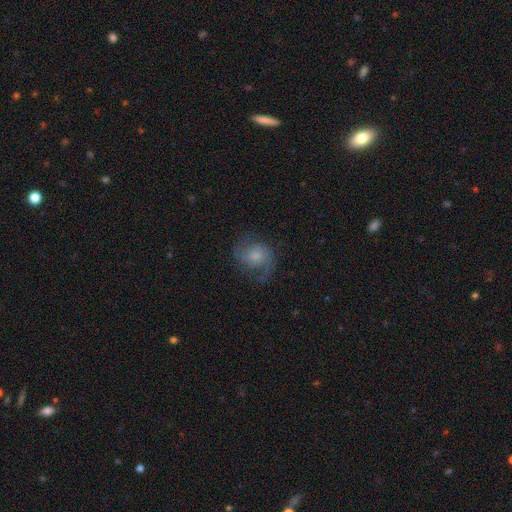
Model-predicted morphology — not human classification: Smooth or featured: featured or disk — 67% (smooth — 24%)
Edge-on disk: no — 98% (yes — 2%)
Bar: no — 70% (weak — 26%)
Spiral arms: yes — 92% (no — 8%)
Spiral winding: medium — 48% (loose — 35%)
Spiral arm count: 2 — 85% (can't tell — 6%)
Bulge size: small — 44% (moderate — 36%)
Merging: none — 69% (minor disturbance — 18%)